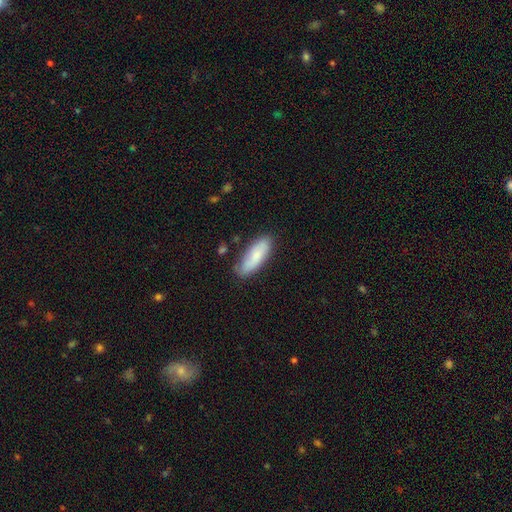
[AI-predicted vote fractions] Overall: smooth (76%). How rounded: in between (64%; cigar-shaped 34%). Merging: none (77%).